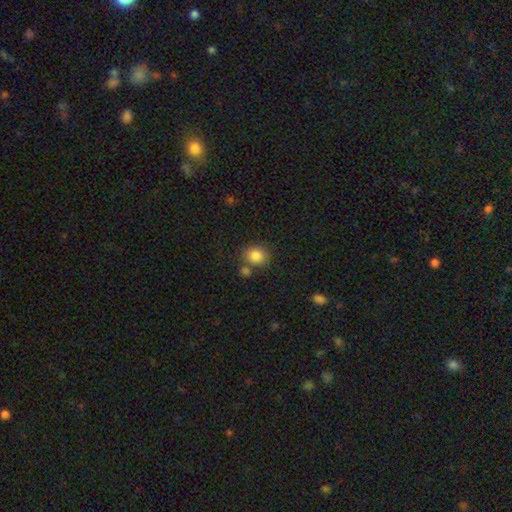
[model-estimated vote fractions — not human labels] A smooth galaxy with no disk features (85%) that is round (66%).

Vote fractions:
- Smooth or featured? smooth: 85% / star or artifact: 10% / featured or disk: 6%
- How rounded? round: 66% / in between: 33% / cigar-shaped: 1%
- Merging? none: 68% / merger: 16% / minor disturbance: 12% / major disturbance: 4%